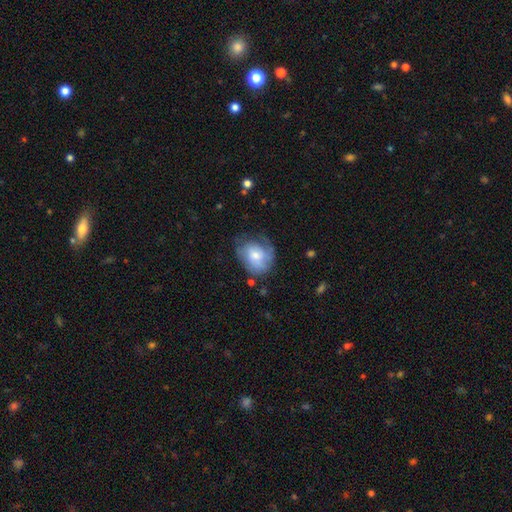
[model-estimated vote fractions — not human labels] Overall: smooth (59%; featured or disk 34%). How rounded: round (52%; in between 47%). Merging: none (50%; minor disturbance 31%).